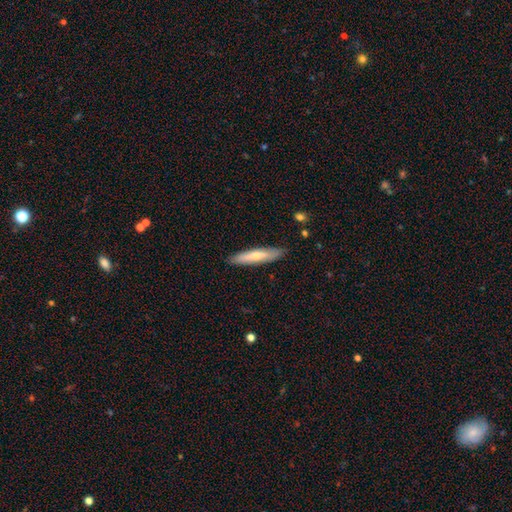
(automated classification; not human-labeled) This is possibly a smooth galaxy (60%). How rounded: clearly cigar-shaped (83%). Merging: clearly none (87%).